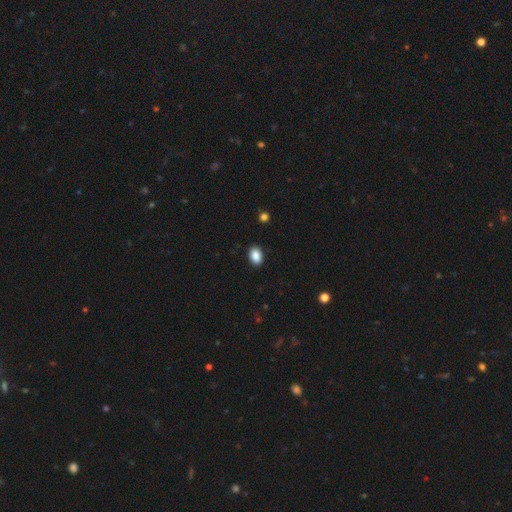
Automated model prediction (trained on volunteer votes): A smooth galaxy with no disk features (89%) that is in between round and cigar-shaped (81%). Merging: none (90%).